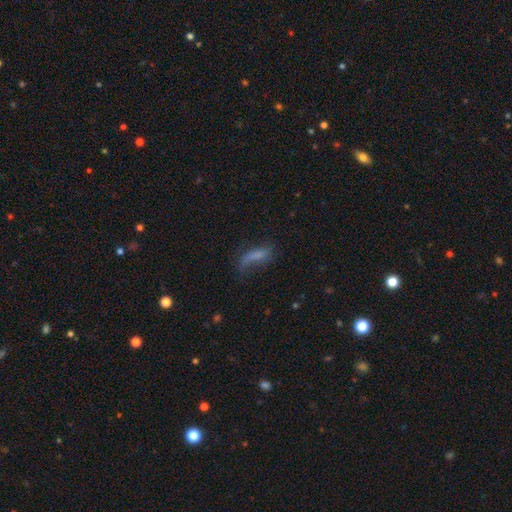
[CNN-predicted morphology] smooth-or-featured: smooth: 59% | featured or disk: 30% | star or artifact: 12%
  how-rounded: cigar-shaped: 48% (tied) | in between: 48% (tied) | round: 4%
  merging: none: 36% | major disturbance: 34% | minor disturbance: 26% | merger: 5%